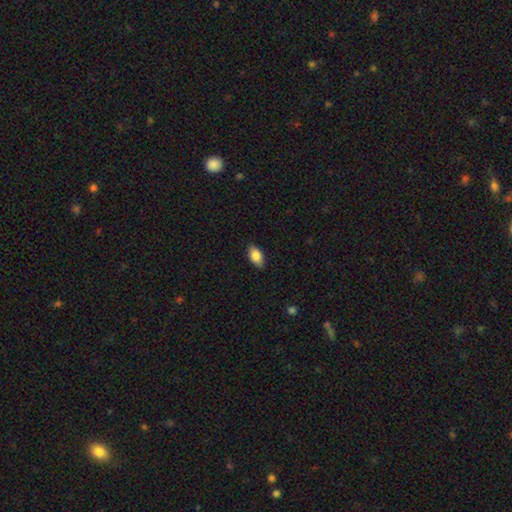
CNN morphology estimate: Smooth or featured: smooth — 84% (featured or disk — 9%)
How rounded: in between — 92% (round — 5%)
Merging: none — 87% (minor disturbance — 10%)